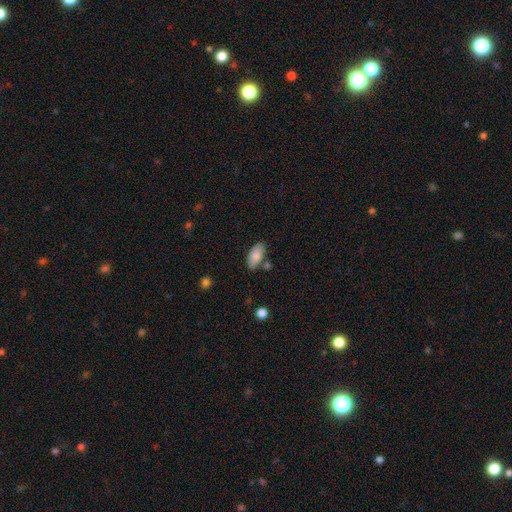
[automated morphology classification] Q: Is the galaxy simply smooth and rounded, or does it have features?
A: smooth — 82%.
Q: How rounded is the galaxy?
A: in between — 92%.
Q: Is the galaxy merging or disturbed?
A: none — 73%.